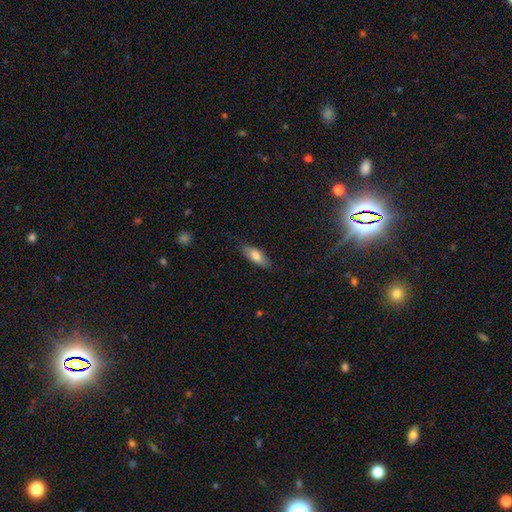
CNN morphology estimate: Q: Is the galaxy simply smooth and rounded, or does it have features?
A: smooth — 77%.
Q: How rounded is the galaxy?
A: in between — 72%.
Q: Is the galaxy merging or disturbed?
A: none — 79%.